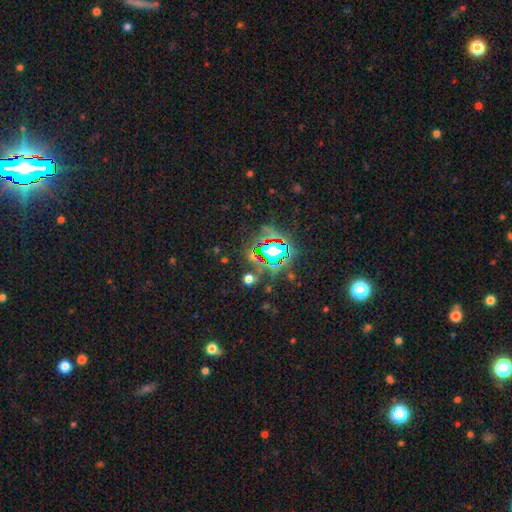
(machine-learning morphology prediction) type=star or artifact (77%).